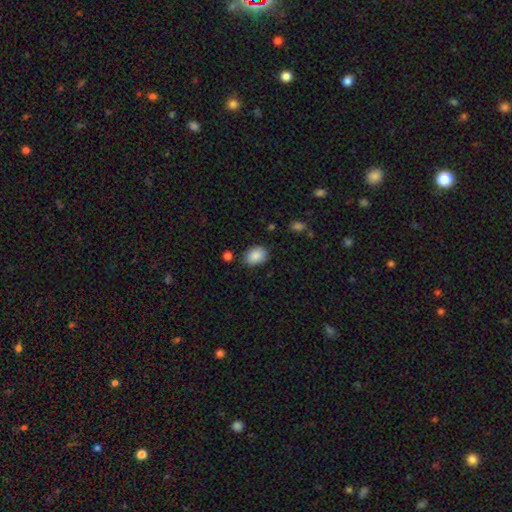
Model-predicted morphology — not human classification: This is clearly a smooth galaxy (88%). How rounded: likely in between (76%). Merging: clearly none (81%).